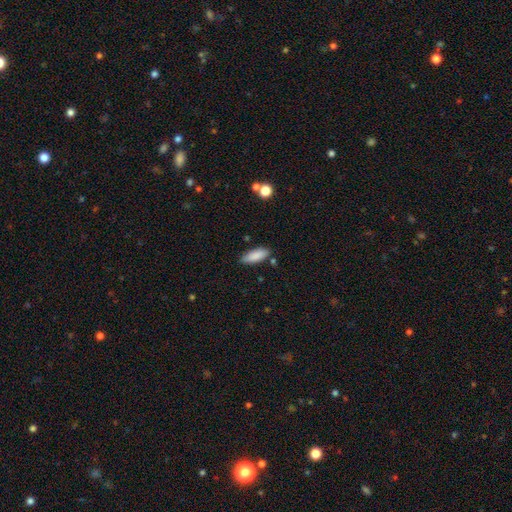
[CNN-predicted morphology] type=smooth (88%); roundness=in between (74%); merging=none (82%).